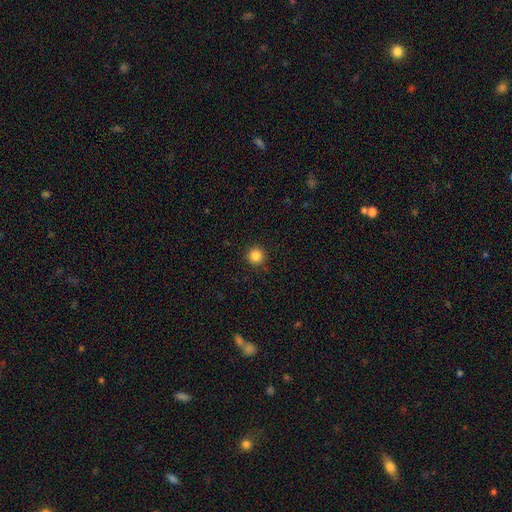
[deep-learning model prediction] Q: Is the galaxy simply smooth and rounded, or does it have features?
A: smooth — 85%.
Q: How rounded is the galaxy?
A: round — 95%.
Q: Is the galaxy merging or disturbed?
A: none — 92%.